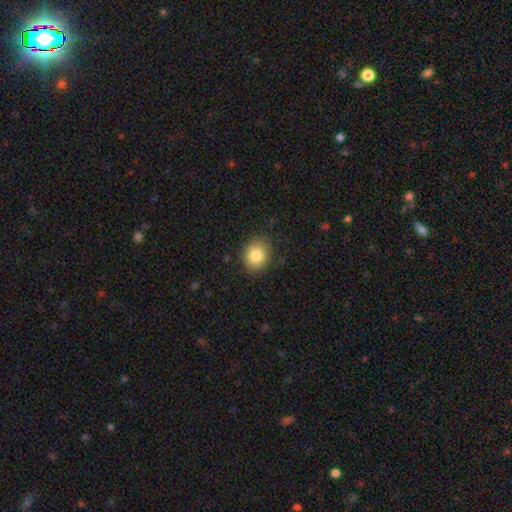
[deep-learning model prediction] Smooth or featured: smooth — 84% (star or artifact — 9%)
How rounded: round — 68% (in between — 31%)
Merging: none — 84% (minor disturbance — 12%)